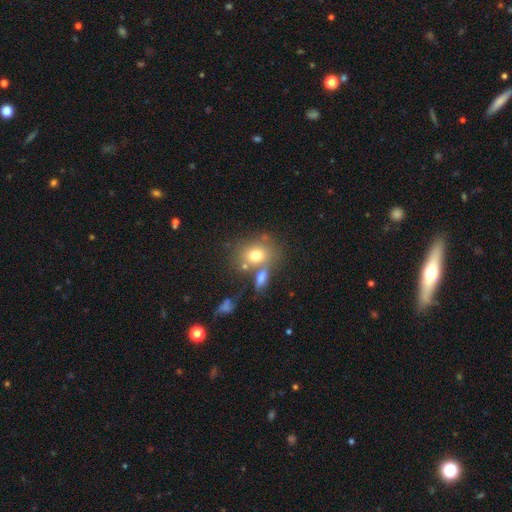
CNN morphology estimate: Smooth or featured: smooth — 72% (featured or disk — 17%)
How rounded: round — 55% (in between — 44%)
Merging: none — 53% (merger — 28%)